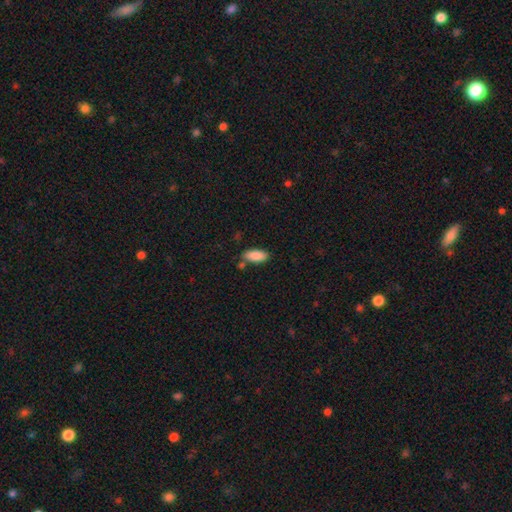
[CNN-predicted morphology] Overall: smooth (88%). How rounded: in between (87%). Merging: none (74%).